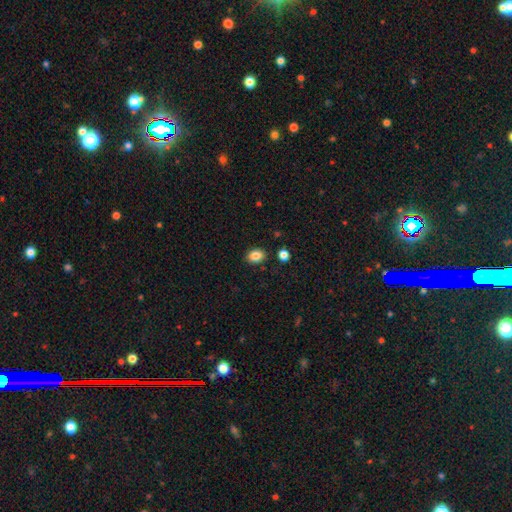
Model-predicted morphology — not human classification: This appears to be a smooth galaxy with no disk features (85%) that is in between round and cigar-shaped (65%). Merging: none (86%).